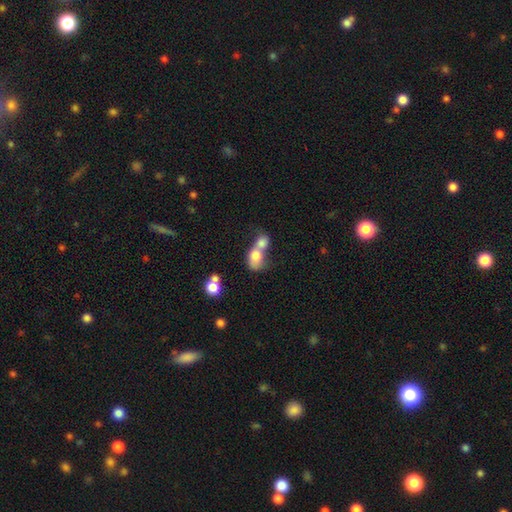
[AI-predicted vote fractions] Smooth or featured? Predicted: smooth (p=0.72). How rounded? Predicted: in between (p=0.58). Merging? Predicted: merger (p=0.76).